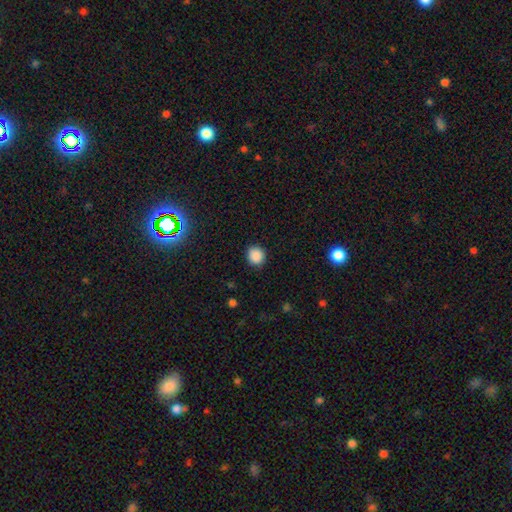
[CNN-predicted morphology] Smooth or featured?
  - smooth: 87% *
  - star or artifact: 10%
  - featured or disk: 3%
How rounded?
  - round: 88% *
  - in between: 11%
  - cigar-shaped: 1%
Merging?
  - none: 89% *
  - minor disturbance: 8%
  - major disturbance: 2%
  - merger: 1%